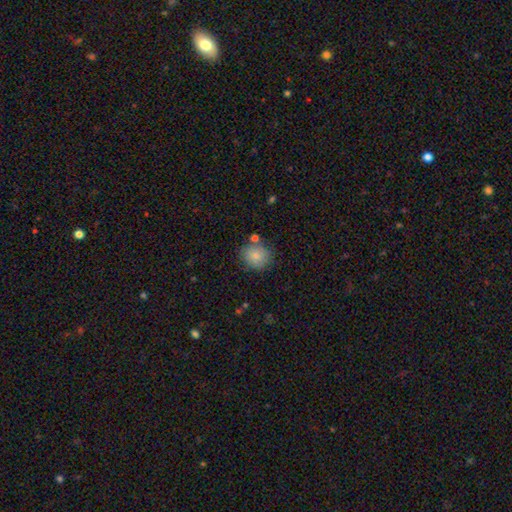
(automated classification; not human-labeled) Smooth or featured?
  - smooth: 82% *
  - featured or disk: 9%
  - star or artifact: 9%
How rounded?
  - round: 77% *
  - in between: 22%
  - cigar-shaped: 1%
Merging?
  - none: 75% *
  - minor disturbance: 13%
  - merger: 8%
  - major disturbance: 4%